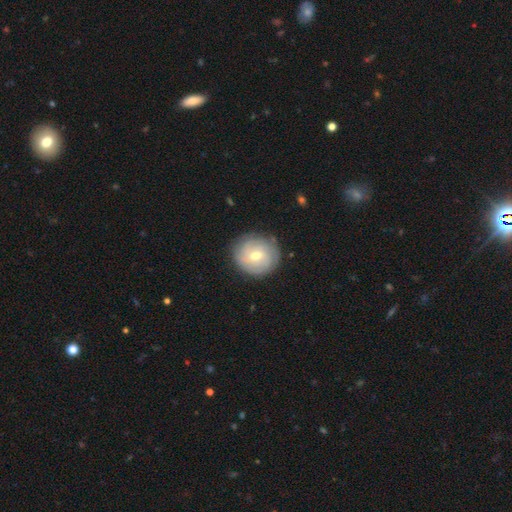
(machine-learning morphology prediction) featured or disk 60%, smooth 32%, star or artifact 7%. Down the decision tree: edge-on disk — no (97%); bar — weak (47%); spiral arms — yes (83%); bulge size — moderate (62%); merging — none (84%).